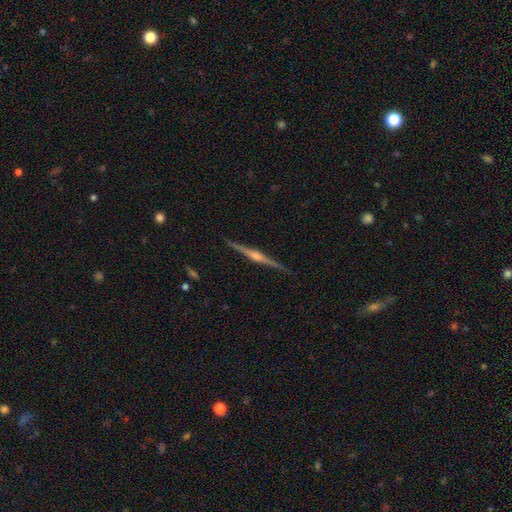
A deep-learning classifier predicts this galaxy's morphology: Smooth or featured? Predicted: featured or disk (p=0.87). Edge-on disk? Predicted: yes (p=0.99). Edge-on bulge? Predicted: rounded (p=0.89). Merging? Predicted: none (p=0.91).